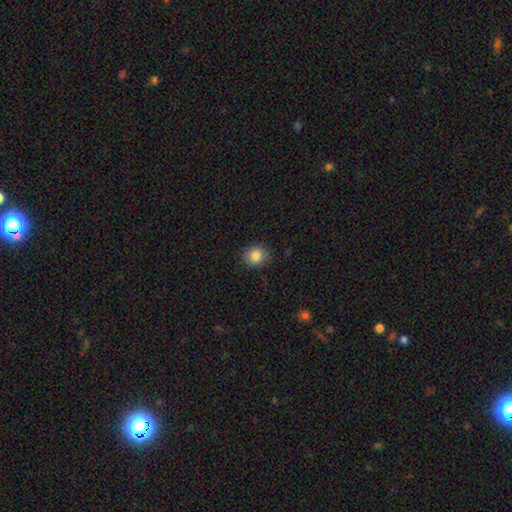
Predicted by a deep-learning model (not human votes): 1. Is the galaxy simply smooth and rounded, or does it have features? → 85% smooth, 10% star or artifact, 5% featured or disk.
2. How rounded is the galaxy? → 79% round, 20% in between, 1% cigar-shaped.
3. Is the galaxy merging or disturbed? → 89% none, 8% minor disturbance, 2% major disturbance, 1% merger.